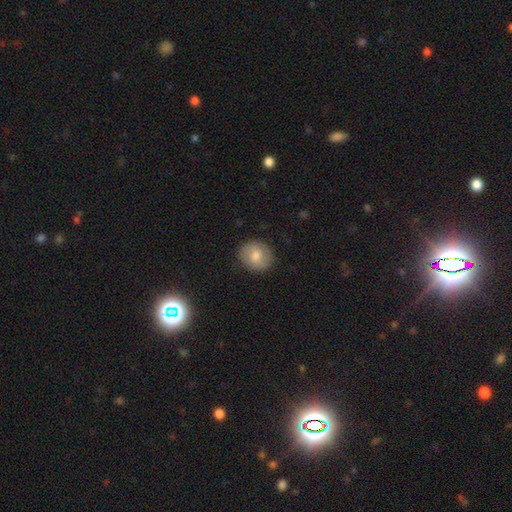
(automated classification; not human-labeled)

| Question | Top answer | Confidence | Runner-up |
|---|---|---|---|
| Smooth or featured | smooth | 75% | featured or disk (17%) |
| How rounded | round | 77% | in between (22%) |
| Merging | none | 87% | minor disturbance (10%) |